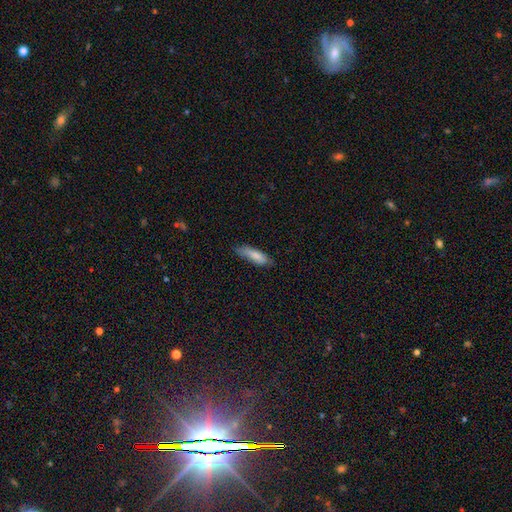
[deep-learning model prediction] A smooth galaxy with no disk features (81%) that is cigar-shaped (61%). Merging: none (71%).